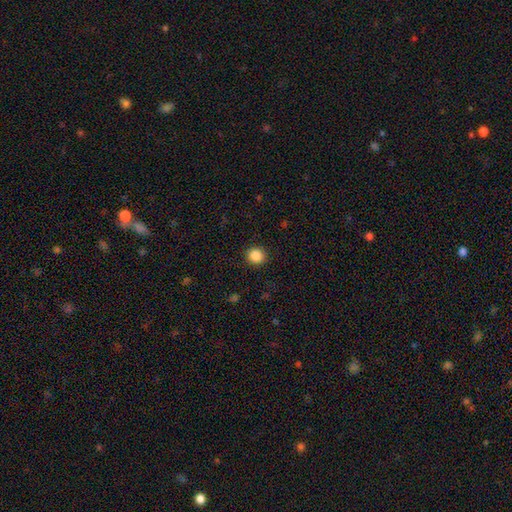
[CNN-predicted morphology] Smooth or featured? Predicted: smooth (p=0.87). How rounded? Predicted: round (p=0.90). Merging? Predicted: none (p=0.91).